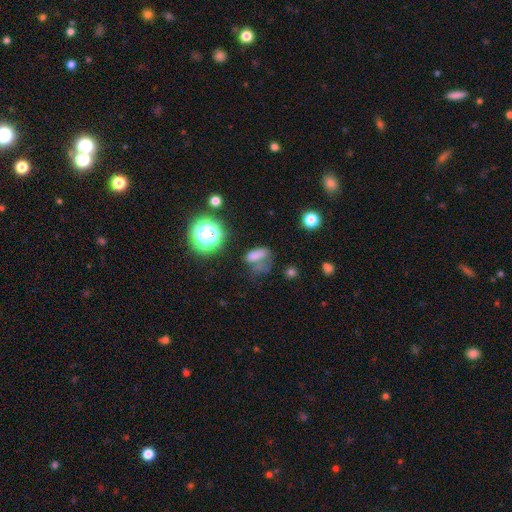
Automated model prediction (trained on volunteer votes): Smooth or featured: smooth — 65% (star or artifact — 21%)
How rounded: in between — 69% (round — 19%)
Merging: none — 38% (major disturbance — 28%)